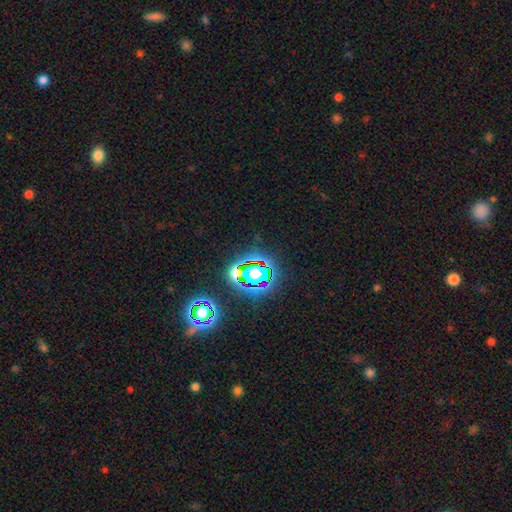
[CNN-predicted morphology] smooth-or-featured: star or artifact: 80% | smooth: 12% | featured or disk: 7%